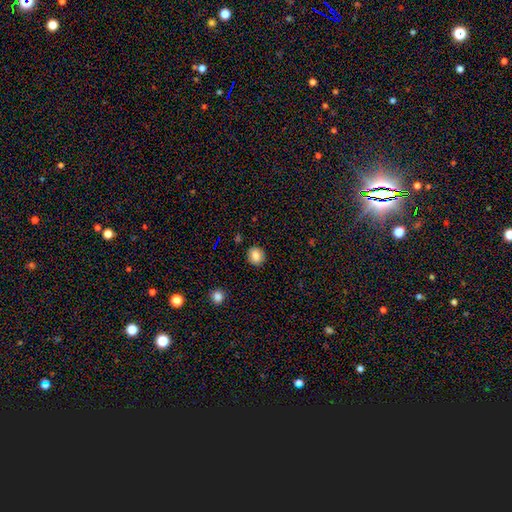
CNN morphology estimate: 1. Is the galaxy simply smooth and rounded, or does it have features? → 84% smooth, 10% star or artifact, 6% featured or disk.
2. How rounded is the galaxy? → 75% round, 24% in between, 1% cigar-shaped.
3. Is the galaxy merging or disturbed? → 89% none, 8% minor disturbance, 2% major disturbance, 1% merger.